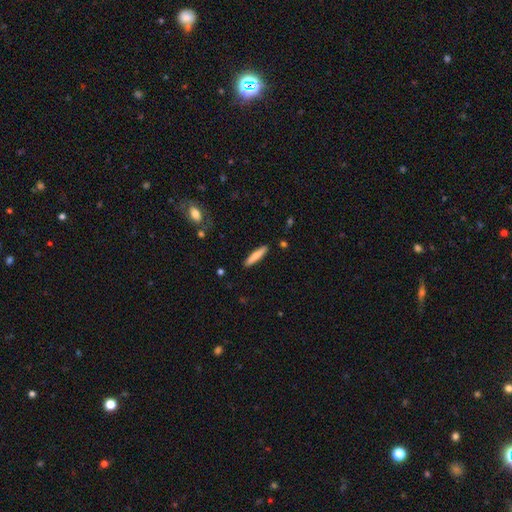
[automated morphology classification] A smooth galaxy with no disk features (72%) that is cigar-shaped (89%).

Vote fractions:
- Smooth or featured? smooth: 72% / featured or disk: 23% / star or artifact: 5%
- How rounded? cigar-shaped: 89% / in between: 10% / round: 1%
- Merging? none: 89% / minor disturbance: 8% / major disturbance: 2% / merger: 1%